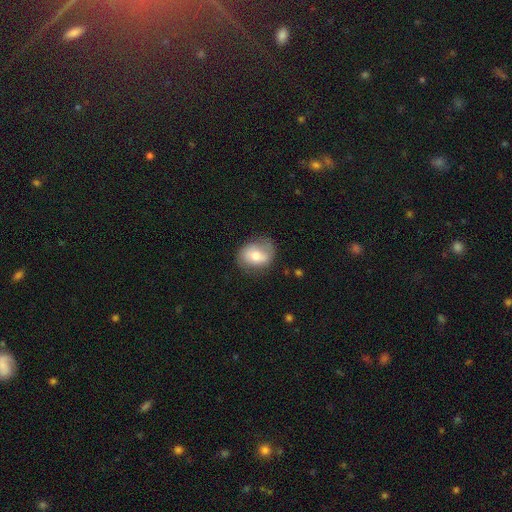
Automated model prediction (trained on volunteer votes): This is likely a smooth galaxy (60%). How rounded: possibly in between (56%). Merging: likely none (67%).